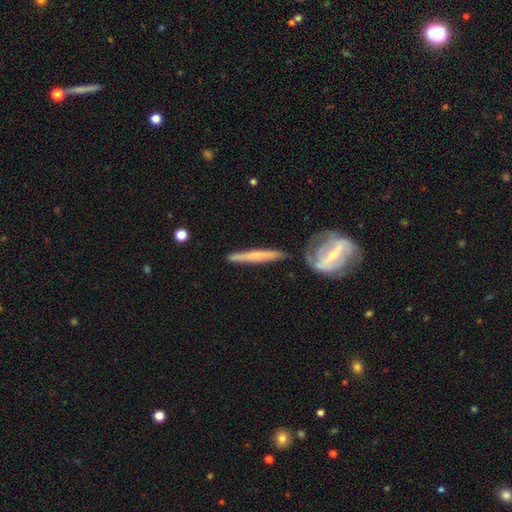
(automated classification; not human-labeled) Q: Smooth or featured?
A: featured or disk (55%); runner-up: smooth (39%)
Q: Edge-on disk?
A: yes (83%); runner-up: no (17%)
Q: Merging?
A: none (77%); runner-up: minor disturbance (13%)